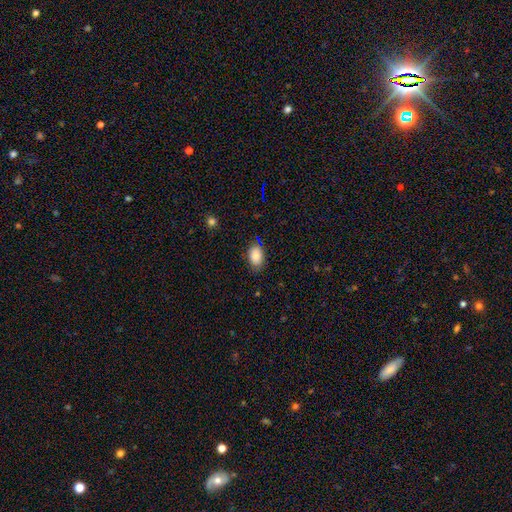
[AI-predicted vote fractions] Smooth or featured? Predicted: smooth (p=0.83). How rounded? Predicted: in between (p=0.81). Merging? Predicted: none (p=0.78).